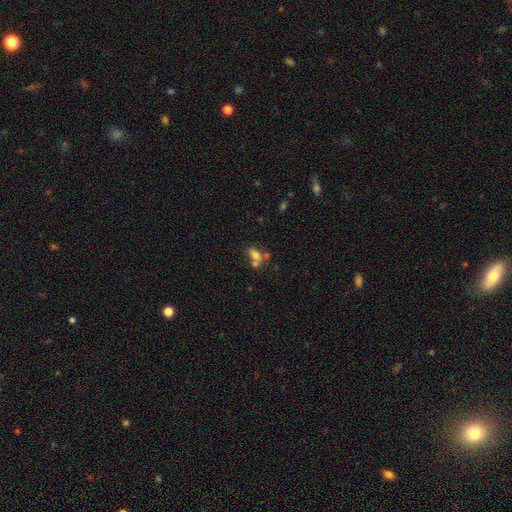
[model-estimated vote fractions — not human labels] Smooth or featured?
  - smooth: 65% *
  - featured or disk: 20%
  - star or artifact: 15%
How rounded?
  - in between: 78% *
  - round: 15%
  - cigar-shaped: 7%
Merging?
  - merger: 42% *
  - none: 37%
  - minor disturbance: 13%
  - major disturbance: 8%